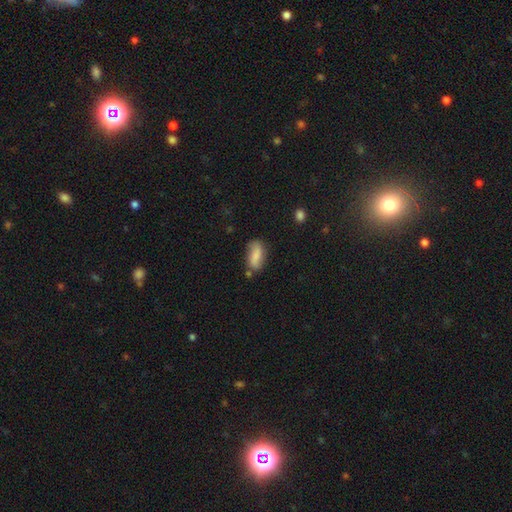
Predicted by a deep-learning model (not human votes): Overall: smooth (74%). How rounded: in between (82%). Merging: none (65%).